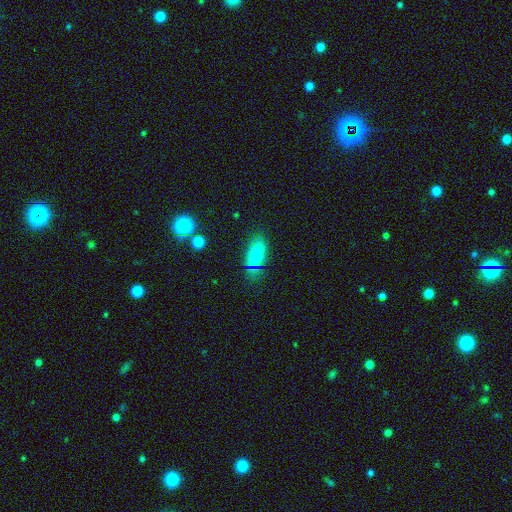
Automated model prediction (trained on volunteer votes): Morphology: type=smooth (76%); roundness=in between (86%); merging=none (71%).